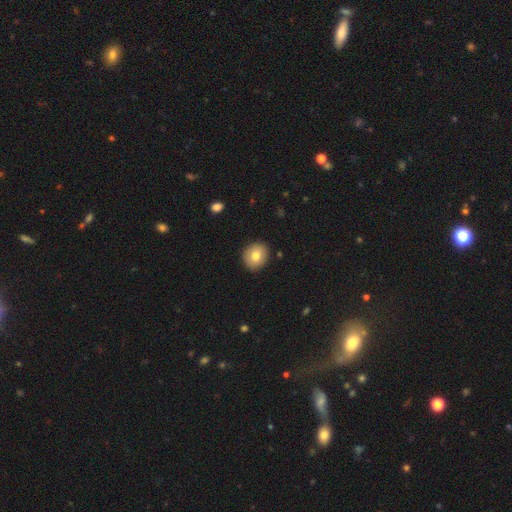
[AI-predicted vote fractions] A smooth galaxy with no disk features (77%) that is round (74%).

Vote fractions:
- Smooth or featured? smooth: 77% / featured or disk: 14% / star or artifact: 8%
- How rounded? round: 74% / in between: 25% / cigar-shaped: 1%
- Merging? none: 89% / minor disturbance: 8% / major disturbance: 2% / merger: 1%